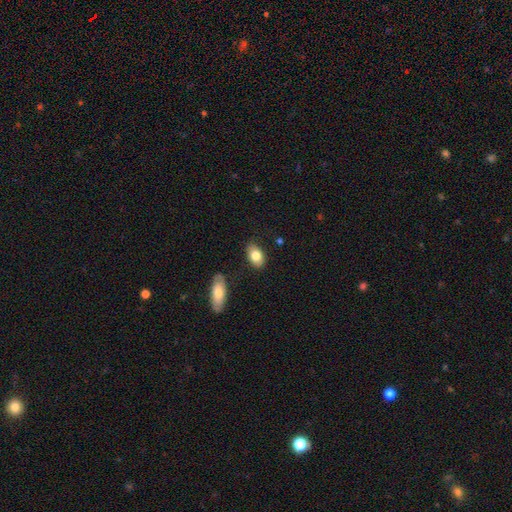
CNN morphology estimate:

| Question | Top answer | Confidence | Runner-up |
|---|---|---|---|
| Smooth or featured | smooth | 80% | featured or disk (13%) |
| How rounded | in between | 88% | round (10%) |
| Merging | none | 83% | minor disturbance (12%) |